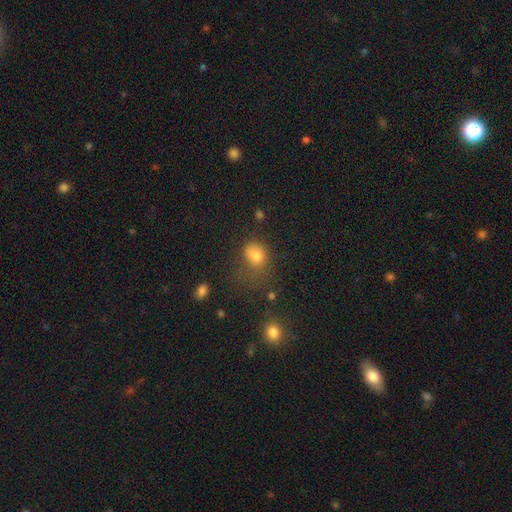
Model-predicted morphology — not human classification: This is likely a smooth galaxy (75%). How rounded: possibly in between (50%). Merging: marginally none (40%).